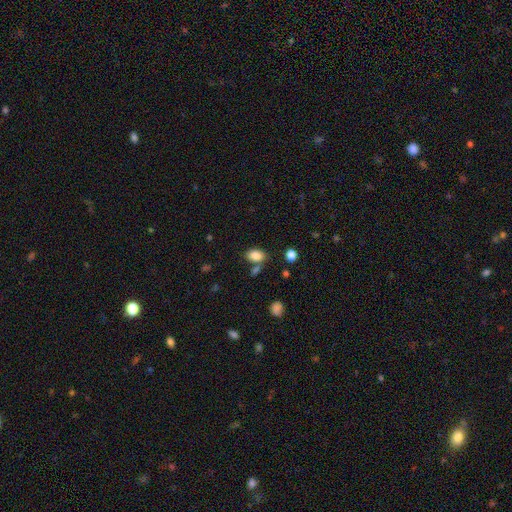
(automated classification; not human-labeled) Smooth or featured? Predicted: smooth (p=0.85). How rounded? Predicted: in between (p=0.86). Merging? Predicted: none (p=0.67).